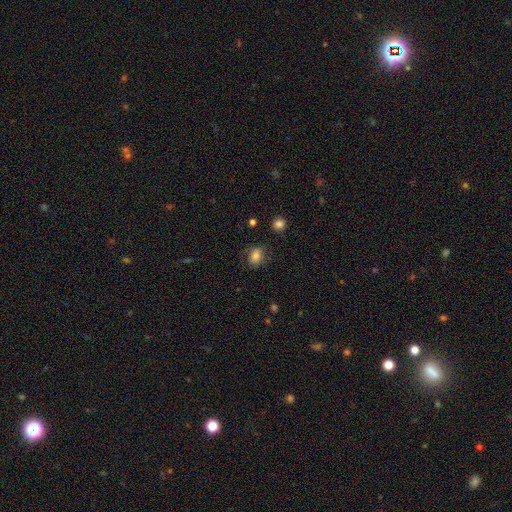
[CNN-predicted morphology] Smooth or featured? Predicted: smooth (p=0.76). How rounded? Predicted: in between (p=0.55). Merging? Predicted: none (p=0.73).